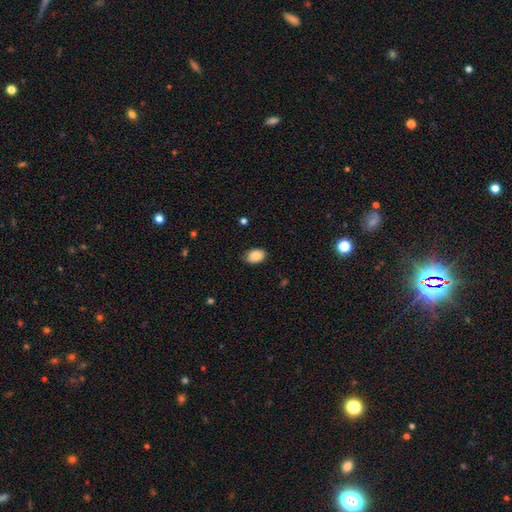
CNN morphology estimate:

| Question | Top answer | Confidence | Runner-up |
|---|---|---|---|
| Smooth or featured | smooth | 88% | star or artifact (7%) |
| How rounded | in between | 85% | round (13%) |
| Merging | none | 84% | minor disturbance (12%) |